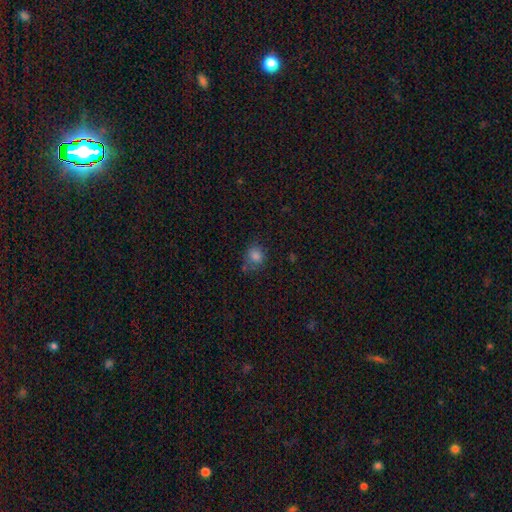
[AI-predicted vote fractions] smooth-or-featured: smooth: 81% | star or artifact: 13% | featured or disk: 6%
  how-rounded: round: 71% | in between: 28% | cigar-shaped: 1%
  merging: none: 63% | minor disturbance: 21% | merger: 8% | major disturbance: 7%